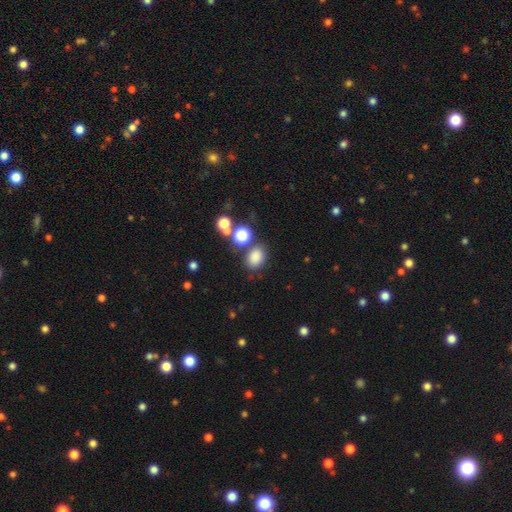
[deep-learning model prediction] Overall: smooth (81%). How rounded: in between (64%; round 35%). Merging: none (71%).